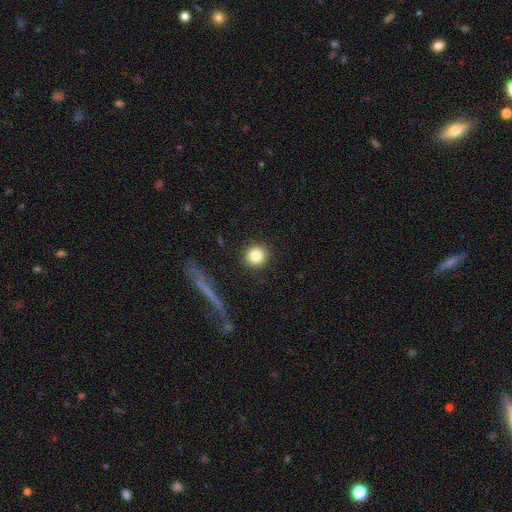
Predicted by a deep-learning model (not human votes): smooth 83%, star or artifact 10%, featured or disk 7%. Down the decision tree: how rounded — round (94%); merging — none (91%).